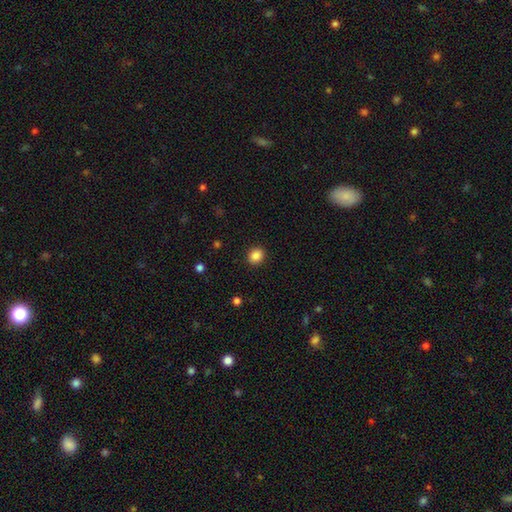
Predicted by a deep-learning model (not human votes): Overall: smooth (87%). How rounded: round (70%). Merging: none (91%).